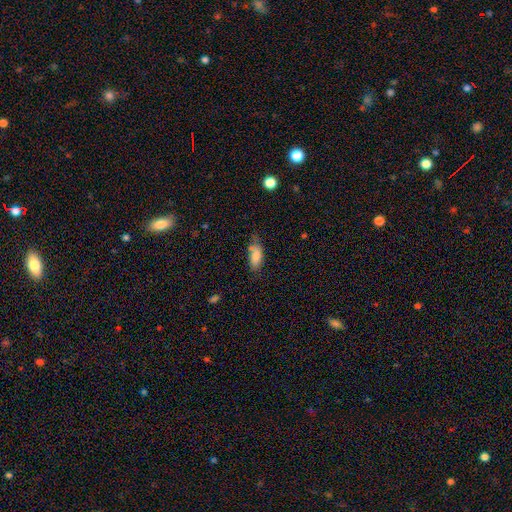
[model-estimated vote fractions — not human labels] smooth-or-featured: smooth: 80% | featured or disk: 12% | star or artifact: 8%
  how-rounded: in between: 78% | cigar-shaped: 20% | round: 3%
  merging: none: 51% | minor disturbance: 31% | major disturbance: 10% | merger: 8%